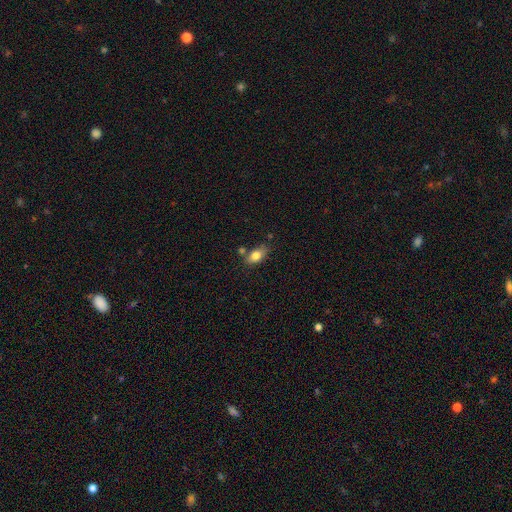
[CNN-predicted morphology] The model was most divided on "merging": none: 65%, minor disturbance: 18%, merger: 12%, major disturbance: 5%. More confident: how rounded — in between (85%); smooth or featured — smooth (80%).